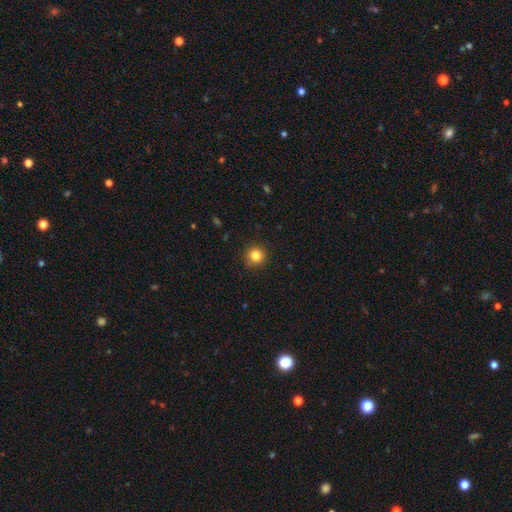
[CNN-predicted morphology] Smooth or featured? Predicted: smooth (p=0.83). How rounded? Predicted: round (p=0.95). Merging? Predicted: none (p=0.91).